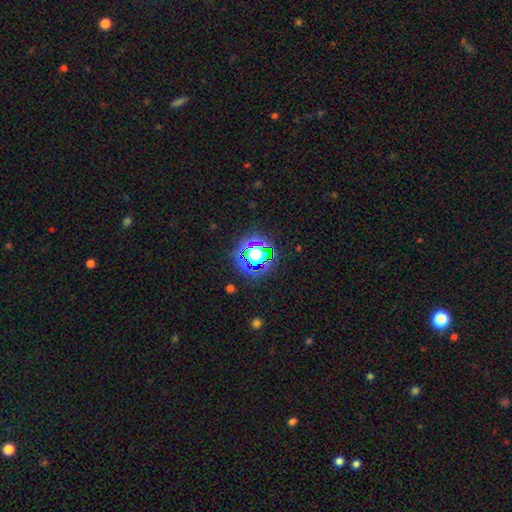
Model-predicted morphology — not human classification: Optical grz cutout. It shows a star or artifact, not a galaxy (55%).